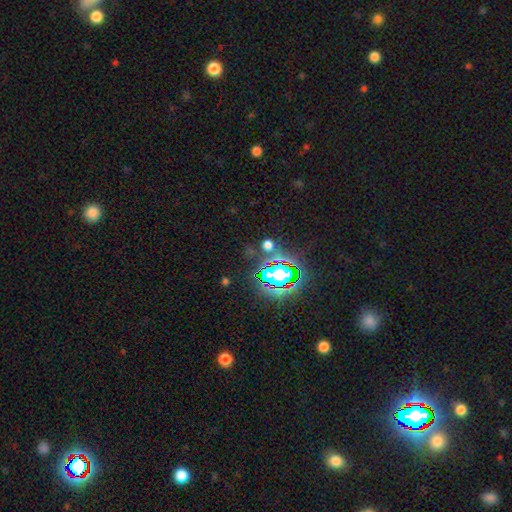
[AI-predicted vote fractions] Smooth or featured? star or artifact (79%)